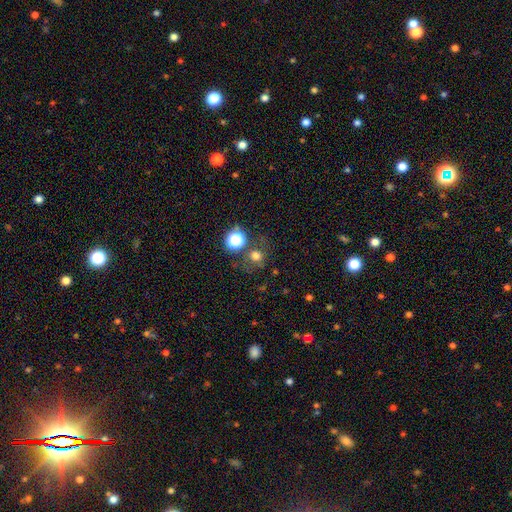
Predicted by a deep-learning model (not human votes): smooth_or_featured: smooth (p=0.66) [alt: star or artifact p=0.24]
how_rounded: round (p=0.81) [alt: in between p=0.18]
merging: none (p=0.64) [alt: merger p=0.14]